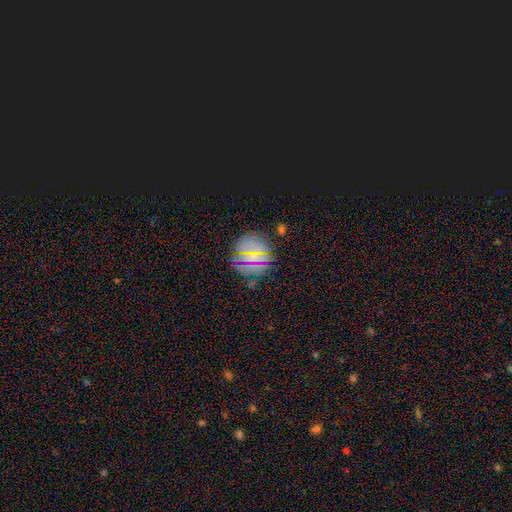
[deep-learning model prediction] Q: Smooth or featured?
A: smooth (45%); runner-up: star or artifact (42%)
Q: Merging?
A: none (85%); runner-up: minor disturbance (10%)